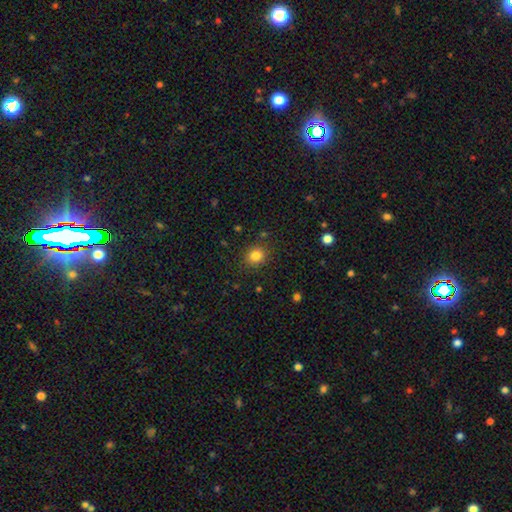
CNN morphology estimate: Overall: smooth (83%). How rounded: round (76%). Merging: none (87%).